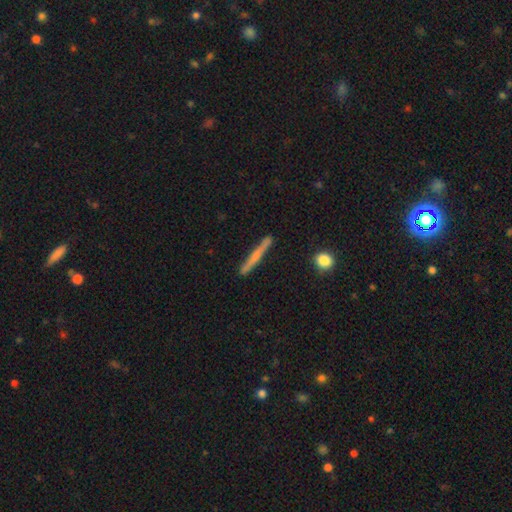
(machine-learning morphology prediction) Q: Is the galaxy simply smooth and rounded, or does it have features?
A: smooth — 51%.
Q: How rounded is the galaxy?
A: cigar-shaped — 96%.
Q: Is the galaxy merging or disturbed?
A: none — 87%.